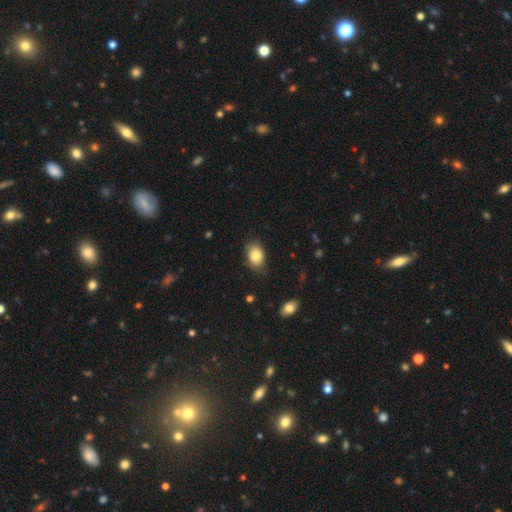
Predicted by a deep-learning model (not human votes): Overall: smooth (82%). How rounded: in between (82%). Merging: none (73%).